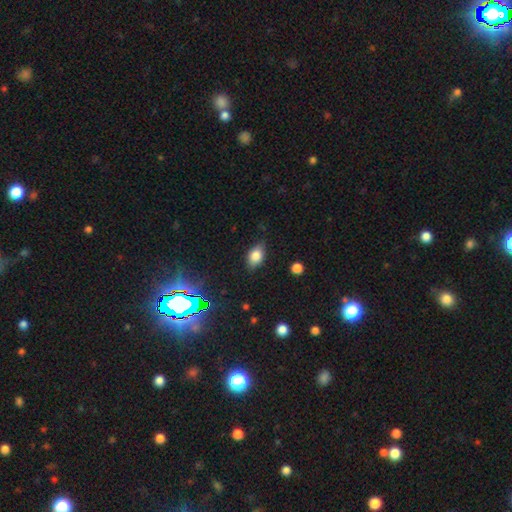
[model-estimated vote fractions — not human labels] Smooth or featured? smooth (78%)
How rounded? in between (83%)
Merging? none (79%)